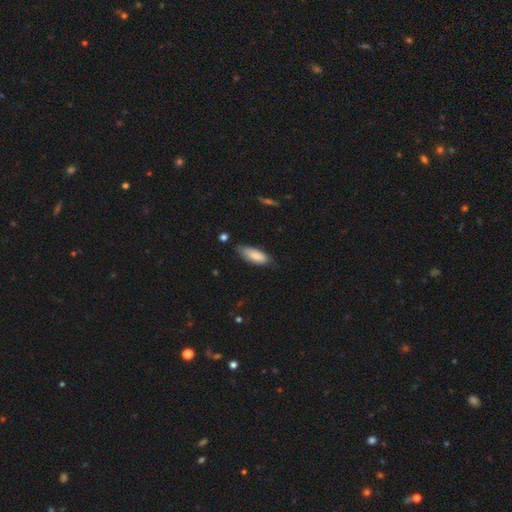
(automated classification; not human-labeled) smooth-or-featured: smooth: 83% | featured or disk: 11% | star or artifact: 6%
  how-rounded: in between: 73% | cigar-shaped: 25% | round: 2%
  merging: none: 65% | minor disturbance: 28% | major disturbance: 5% | merger: 2%